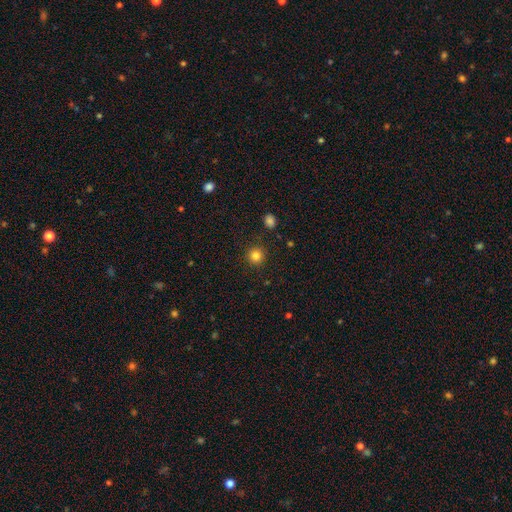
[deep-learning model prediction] A smooth galaxy with no disk features (83%) that is round (94%).

Vote fractions:
- Smooth or featured? smooth: 83% / star or artifact: 12% / featured or disk: 5%
- How rounded? round: 94% / in between: 5% / cigar-shaped: 1%
- Merging? none: 90% / minor disturbance: 6% / major disturbance: 2% / merger: 2%